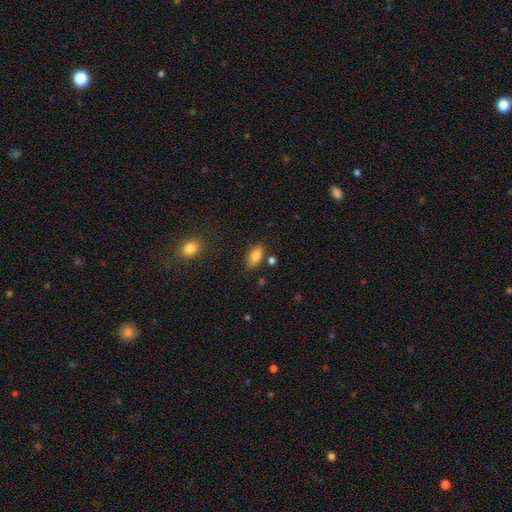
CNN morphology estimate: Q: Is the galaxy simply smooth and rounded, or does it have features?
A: smooth — 82%.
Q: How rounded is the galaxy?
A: in between — 90%.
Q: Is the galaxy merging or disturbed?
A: none — 78%.